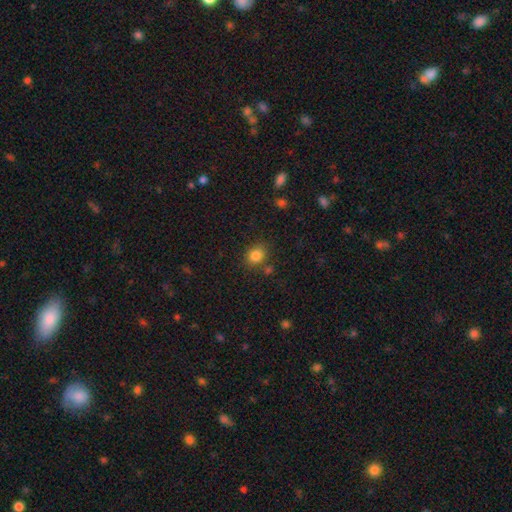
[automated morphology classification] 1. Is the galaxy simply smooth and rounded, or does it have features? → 83% smooth, 11% star or artifact, 5% featured or disk.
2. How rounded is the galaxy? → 53% round, 46% in between, 1% cigar-shaped.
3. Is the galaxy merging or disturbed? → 76% none, 13% minor disturbance, 7% merger, 4% major disturbance.